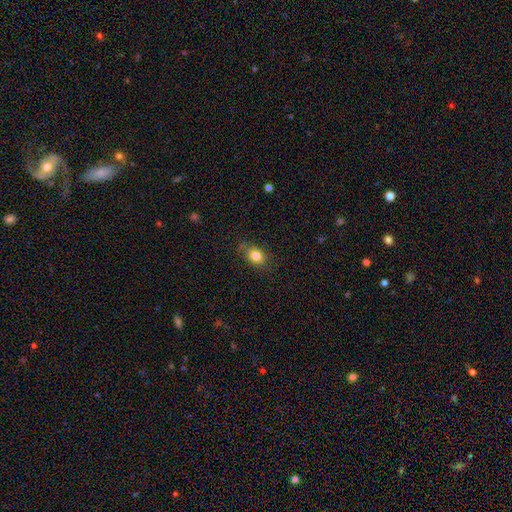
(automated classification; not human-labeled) Smooth or featured? smooth (83%)
How rounded? in between (60%)
Merging? none (77%)